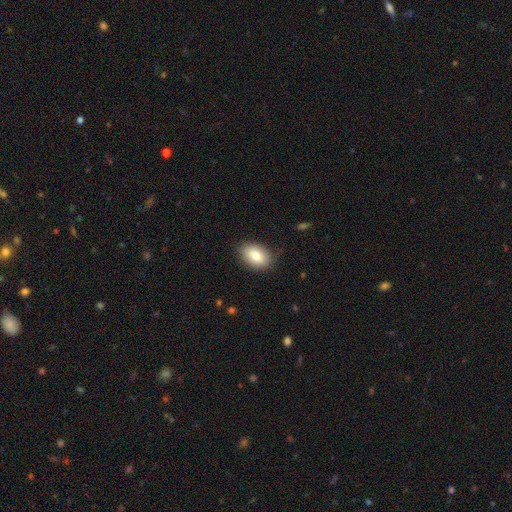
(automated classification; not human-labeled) This appears to be a smooth galaxy with no disk features (80%) that is in between round and cigar-shaped (88%). Merging: none (85%).